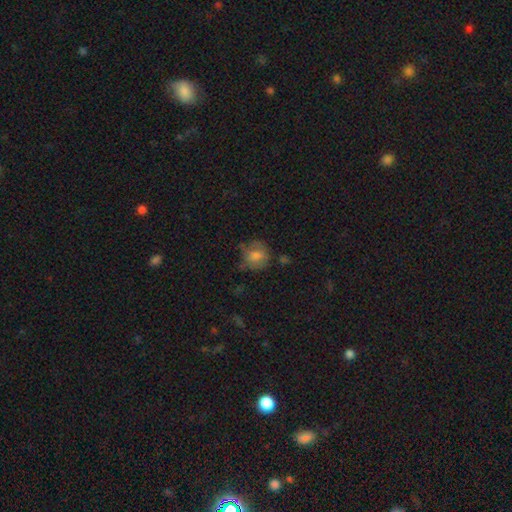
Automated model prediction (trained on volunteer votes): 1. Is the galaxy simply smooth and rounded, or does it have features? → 65% smooth, 24% featured or disk, 11% star or artifact.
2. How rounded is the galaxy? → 73% round, 26% in between, 1% cigar-shaped.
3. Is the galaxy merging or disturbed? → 54% none, 28% minor disturbance, 15% major disturbance, 4% merger.